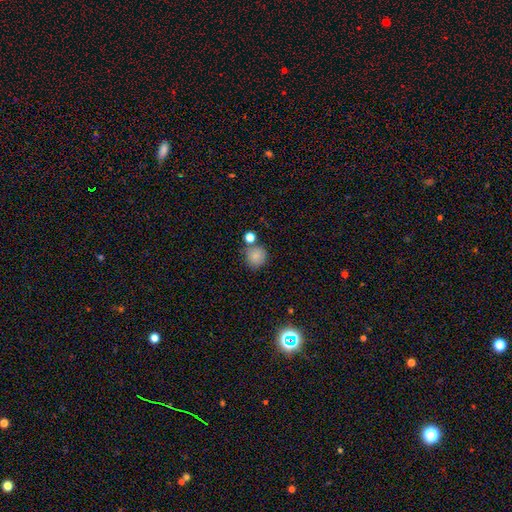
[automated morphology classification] smooth-or-featured: smooth: 83% | star or artifact: 11% | featured or disk: 6%
  how-rounded: round: 88% | in between: 11% | cigar-shaped: 1%
  merging: none: 68% | merger: 15% | minor disturbance: 12% | major disturbance: 4%